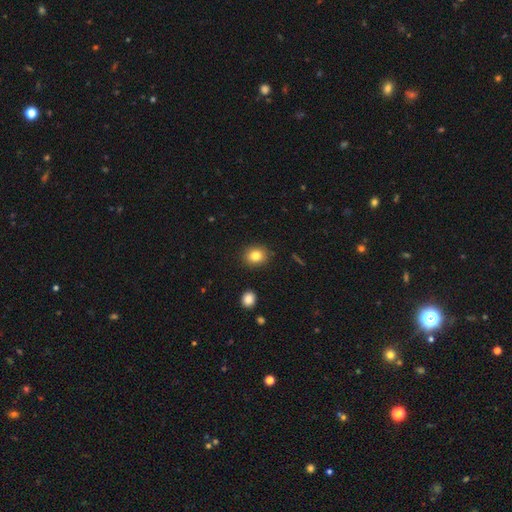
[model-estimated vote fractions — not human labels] Smooth or featured?
  - smooth: 82% *
  - star or artifact: 11%
  - featured or disk: 8%
How rounded?
  - round: 71% *
  - in between: 28%
  - cigar-shaped: 1%
Merging?
  - none: 89% *
  - minor disturbance: 7%
  - major disturbance: 2%
  - merger: 2%